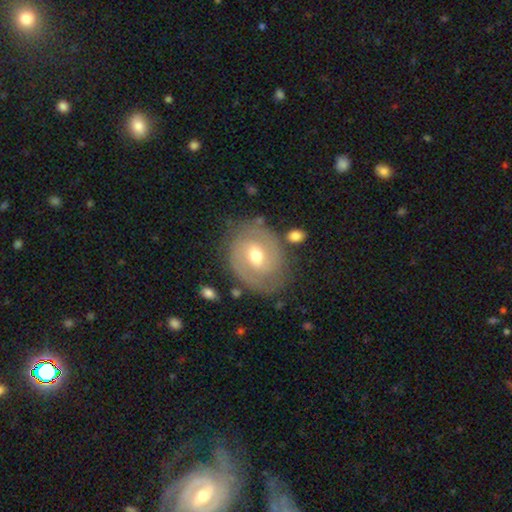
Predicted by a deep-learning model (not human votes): The model was most divided on "bar": weak: 46%, no: 43%, strong: 12%. More confident: edge-on disk — no (96%); spiral arms — yes (75%); merging — none (73%); bulge size — moderate (72%); smooth or featured — featured or disk (67%).